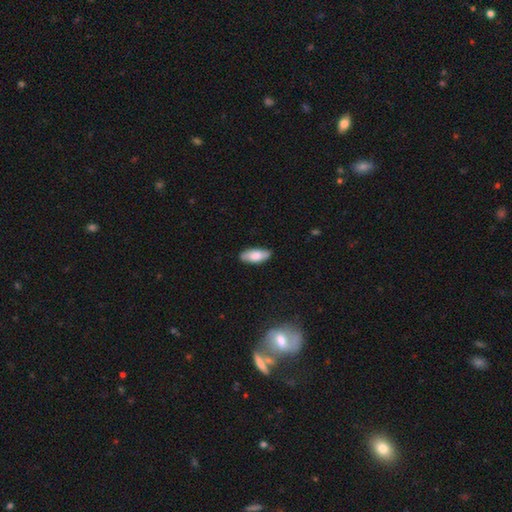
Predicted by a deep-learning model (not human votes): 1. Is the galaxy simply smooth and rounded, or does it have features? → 79% smooth, 15% featured or disk, 6% star or artifact.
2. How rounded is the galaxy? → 84% in between, 14% cigar-shaped, 2% round.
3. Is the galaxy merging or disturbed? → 85% none, 12% minor disturbance, 2% major disturbance, 1% merger.